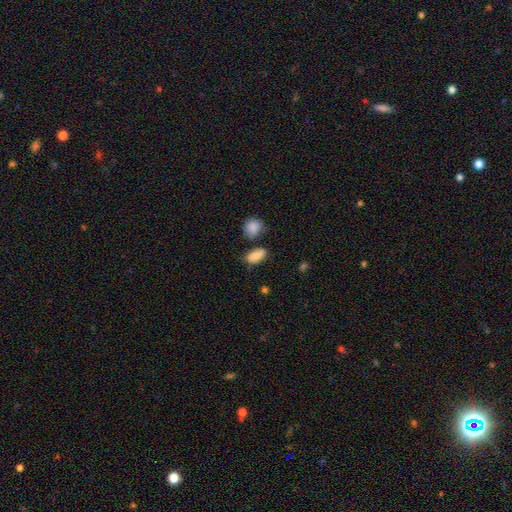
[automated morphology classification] A smooth galaxy with no disk features (85%) that is in between round and cigar-shaped (89%). Merging: none (66%).